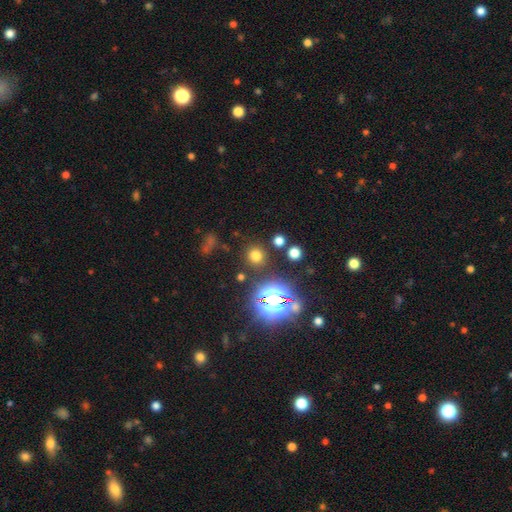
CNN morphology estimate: This is likely a smooth galaxy (68%). How rounded: clearly round (89%). Merging: clearly none (85%).